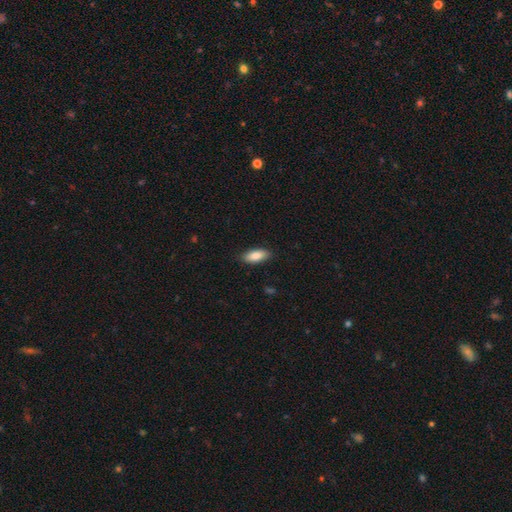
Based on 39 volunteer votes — Overall: smooth (85%). How rounded: in between (94%). Merging: none (92%).